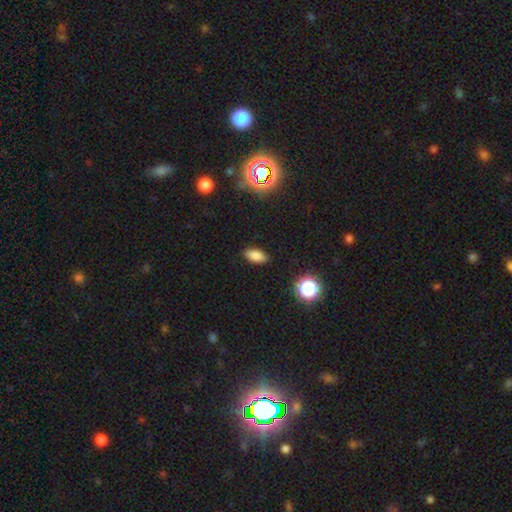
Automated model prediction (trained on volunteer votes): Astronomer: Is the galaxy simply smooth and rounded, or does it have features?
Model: smooth — 81%.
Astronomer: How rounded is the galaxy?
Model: in between — 90%.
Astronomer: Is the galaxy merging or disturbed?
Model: none — 87%.